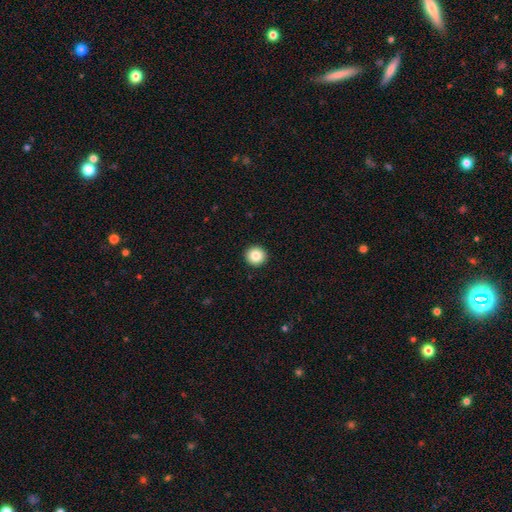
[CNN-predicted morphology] smooth 85%, star or artifact 9%, featured or disk 6%. Down the decision tree: how rounded — round (95%); merging — none (94%).